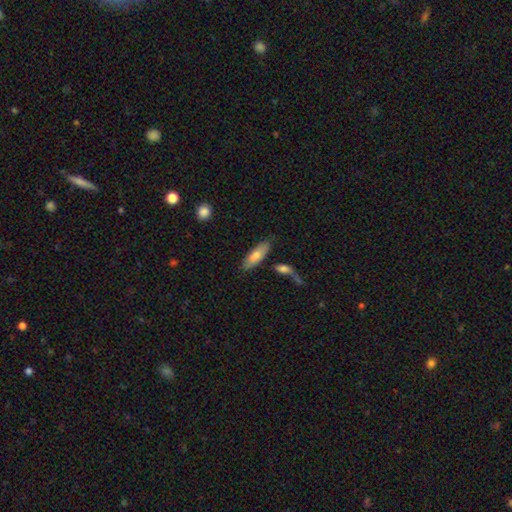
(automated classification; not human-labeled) This appears to be a smooth galaxy with no disk features (73%) that is in between round and cigar-shaped (63%). Merging: none (68%).